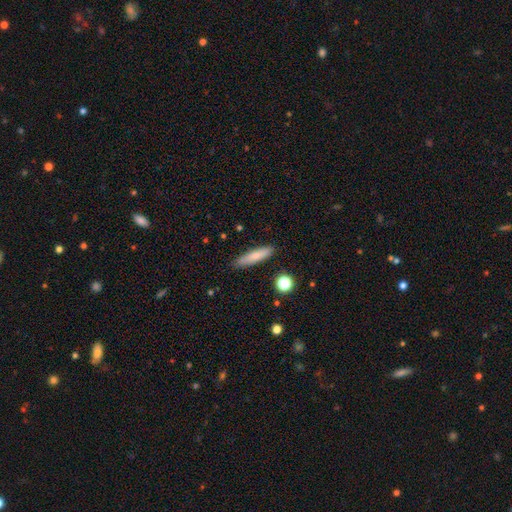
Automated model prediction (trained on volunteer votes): Q: Smooth or featured?
A: smooth (75%); runner-up: featured or disk (18%)
Q: How rounded?
A: cigar-shaped (81%); runner-up: in between (17%)
Q: Merging?
A: none (87%); runner-up: minor disturbance (9%)